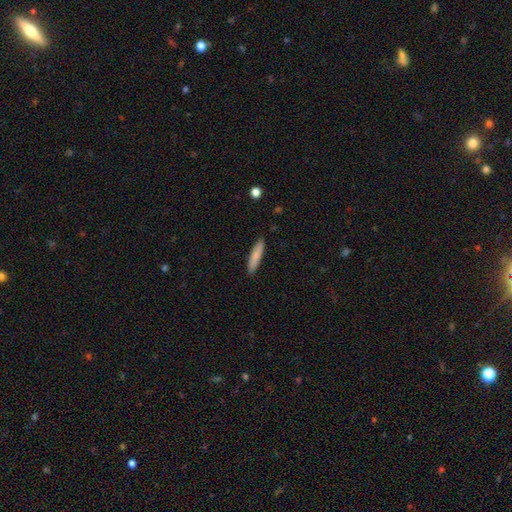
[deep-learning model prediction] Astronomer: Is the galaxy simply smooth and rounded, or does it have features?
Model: smooth — 82%.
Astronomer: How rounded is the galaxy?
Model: cigar-shaped — 85%.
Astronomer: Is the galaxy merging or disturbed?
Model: none — 89%.